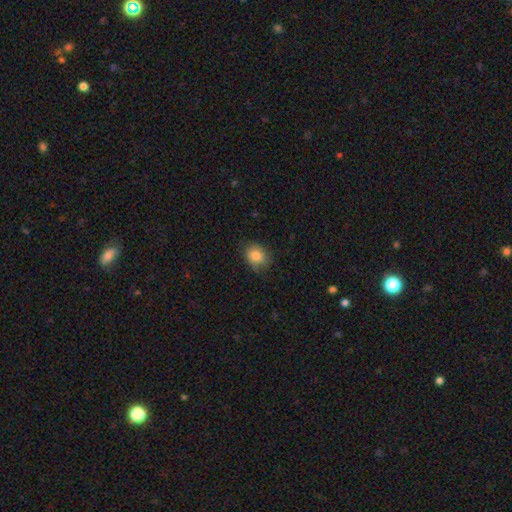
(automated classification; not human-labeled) Morphology: type=smooth (83%); roundness=round (54%); merging=none (70%).